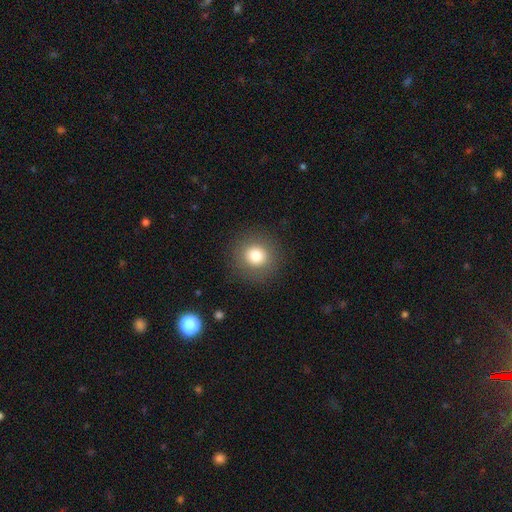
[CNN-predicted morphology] Smooth or featured? Predicted: smooth (p=0.79). How rounded? Predicted: round (p=0.93). Merging? Predicted: none (p=0.89).